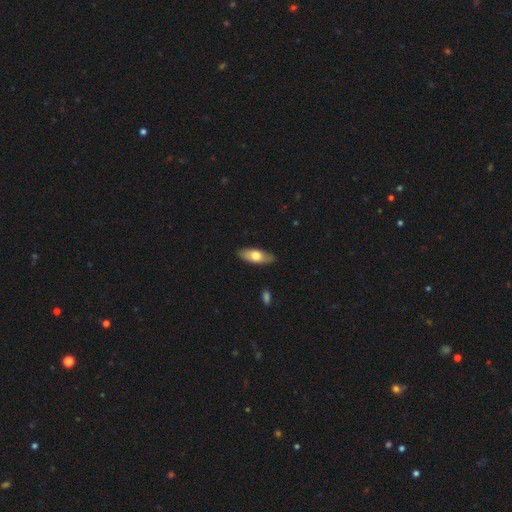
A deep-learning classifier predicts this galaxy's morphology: Smooth or featured: smooth — 66% (featured or disk — 28%)
How rounded: in between — 77% (cigar-shaped — 21%)
Merging: none — 84% (minor disturbance — 13%)